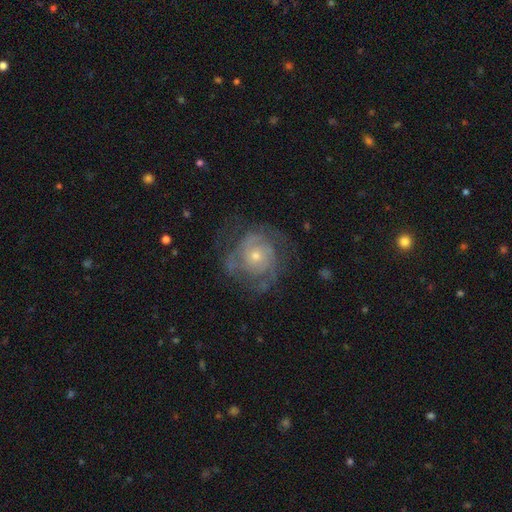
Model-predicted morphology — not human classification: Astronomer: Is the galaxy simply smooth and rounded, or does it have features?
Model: featured or disk — 78%.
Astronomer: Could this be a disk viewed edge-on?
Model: no — 97%.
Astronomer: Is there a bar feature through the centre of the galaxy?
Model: no — 81%.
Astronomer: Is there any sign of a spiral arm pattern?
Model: yes — 88%.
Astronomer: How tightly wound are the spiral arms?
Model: tight — 58% (runner-up: medium, 33%).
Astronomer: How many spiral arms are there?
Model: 2 — 34% (runner-up: can't tell, 32%).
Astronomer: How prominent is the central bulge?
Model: small — 62%.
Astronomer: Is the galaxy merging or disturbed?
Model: none — 65%.